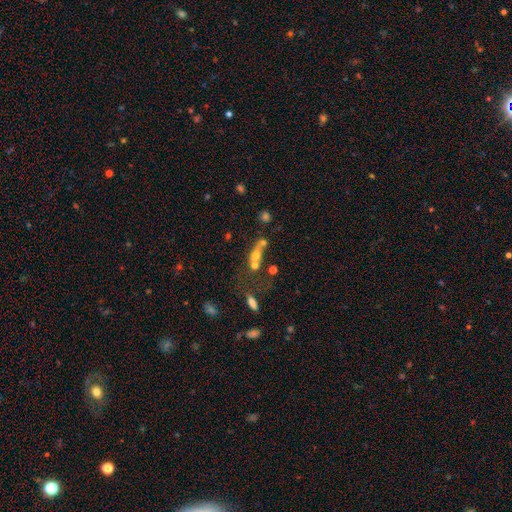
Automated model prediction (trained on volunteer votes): This appears to be a smooth galaxy with no disk features (50%) that is in between round and cigar-shaped (41%). Merging: merger (51%).